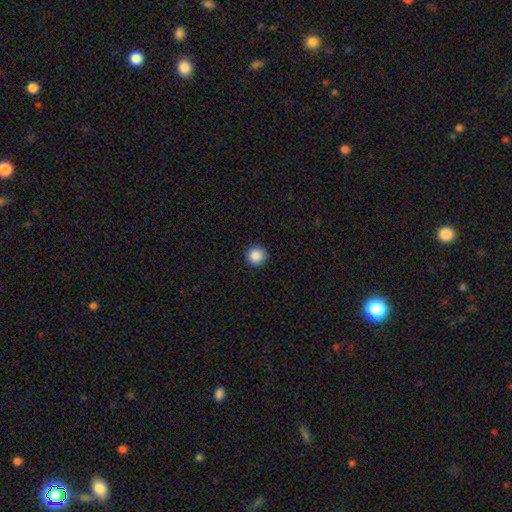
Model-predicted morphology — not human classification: Smooth or featured? smooth (89%)
How rounded? round (96%)
Merging? none (93%)